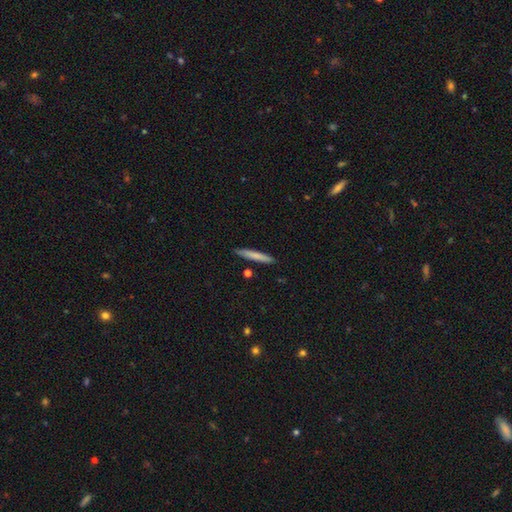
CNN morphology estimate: A smooth galaxy with no disk features (76%) that is cigar-shaped (95%).

Vote fractions:
- Smooth or featured? smooth: 76% / featured or disk: 18% / star or artifact: 6%
- How rounded? cigar-shaped: 95% / in between: 4% / round: 1%
- Merging? none: 88% / minor disturbance: 8% / merger: 2% / major disturbance: 2%